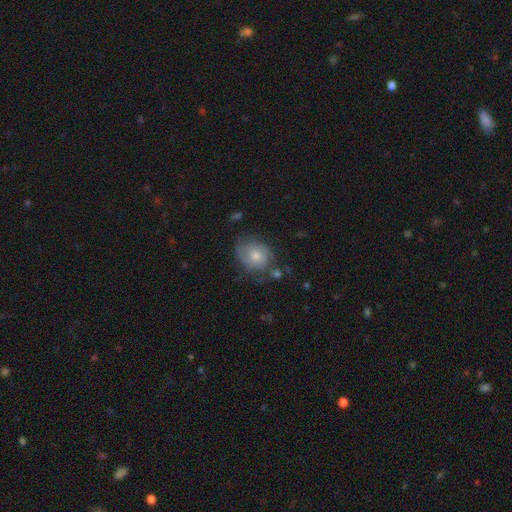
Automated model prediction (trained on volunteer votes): Smooth or featured? Predicted: featured or disk (p=0.55). Edge-on disk? Predicted: no (p=0.97). Bar? Predicted: no (p=0.79). Spiral arms? Predicted: yes (p=0.79). Bulge size? Predicted: moderate (p=0.61). Merging? Predicted: none (p=0.60).